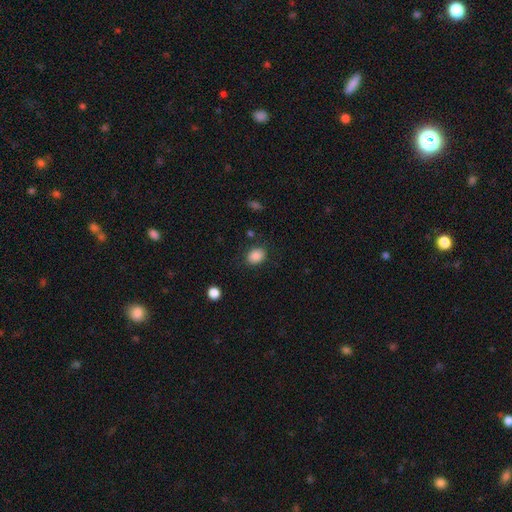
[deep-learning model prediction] smooth 87%, star or artifact 9%, featured or disk 4%. Down the decision tree: how rounded — in between (60%); merging — none (84%).